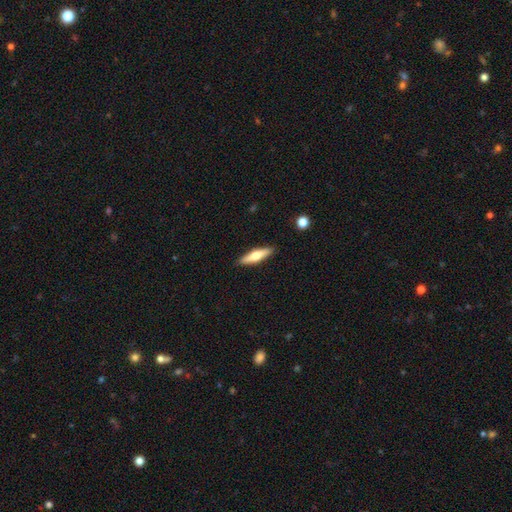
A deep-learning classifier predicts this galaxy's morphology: type=smooth (53%); roundness=cigar-shaped (74%); merging=none (89%).